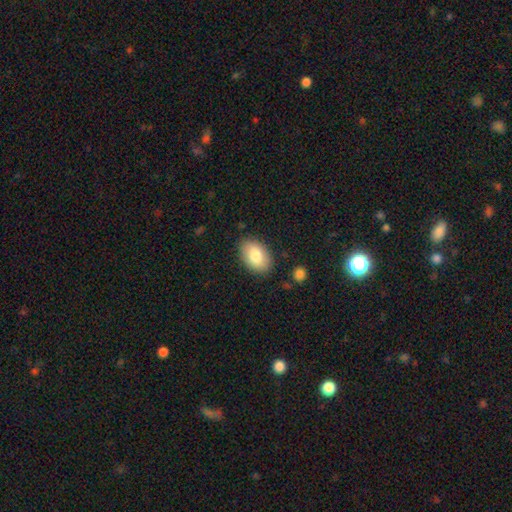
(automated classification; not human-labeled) A smooth galaxy with no disk features (81%) that is in between round and cigar-shaped (89%). Merging: none (85%).